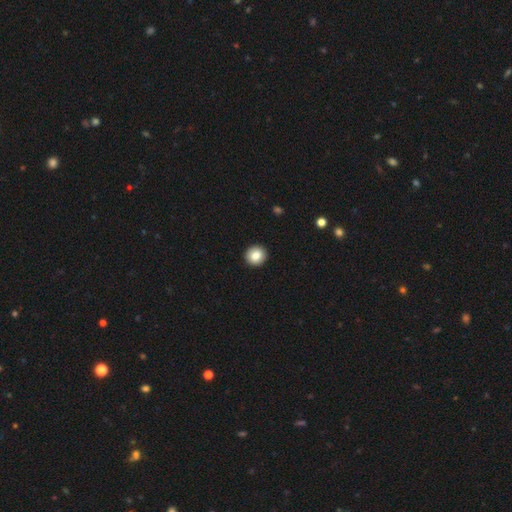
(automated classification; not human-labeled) smooth-or-featured: smooth: 83% | featured or disk: 9% | star or artifact: 8%
  how-rounded: round: 94% | in between: 5% | cigar-shaped: 1%
  merging: none: 93% | minor disturbance: 4% | major disturbance: 1% | merger: 1%